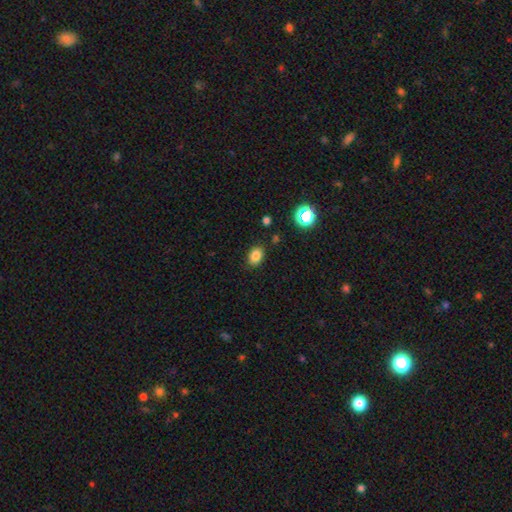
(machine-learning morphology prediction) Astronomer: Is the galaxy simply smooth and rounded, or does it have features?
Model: smooth — 82%.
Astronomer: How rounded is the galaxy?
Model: in between — 76%.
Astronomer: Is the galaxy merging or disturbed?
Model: none — 85%.